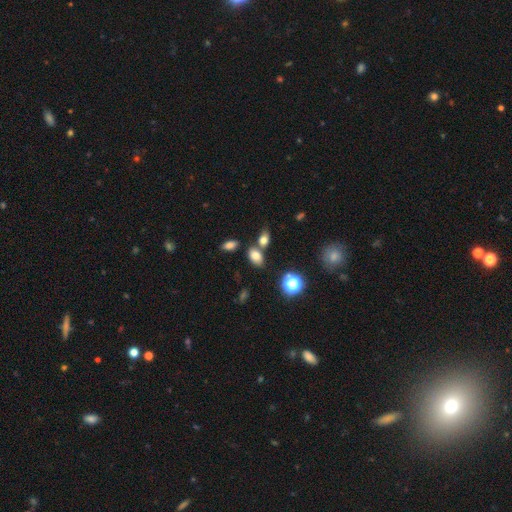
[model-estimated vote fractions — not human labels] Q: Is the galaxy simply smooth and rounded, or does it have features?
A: smooth — 76%.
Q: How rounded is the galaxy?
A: in between — 84%.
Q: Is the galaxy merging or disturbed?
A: none — 63%.